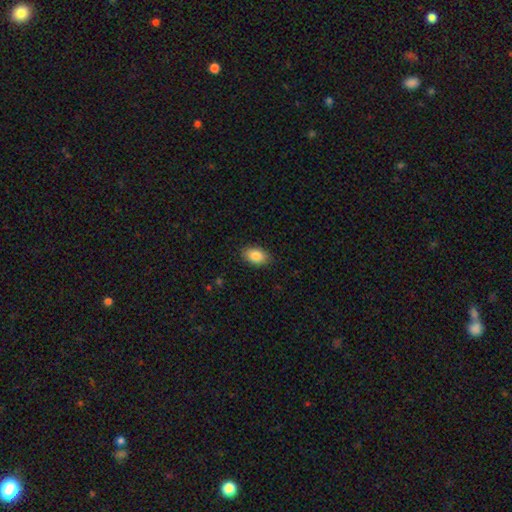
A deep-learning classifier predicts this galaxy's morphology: smooth-or-featured: smooth: 86% | star or artifact: 7% | featured or disk: 6%
  how-rounded: in between: 89% | round: 9% | cigar-shaped: 2%
  merging: none: 86% | minor disturbance: 10% | major disturbance: 2% | merger: 1%